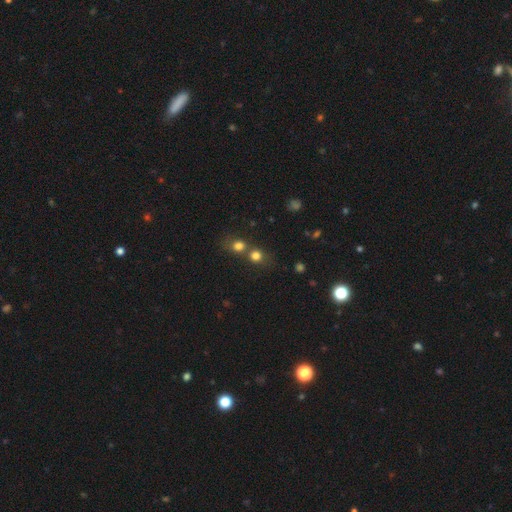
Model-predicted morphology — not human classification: A smooth galaxy with no disk features (77%) that is round (83%). Merging: none (48%).